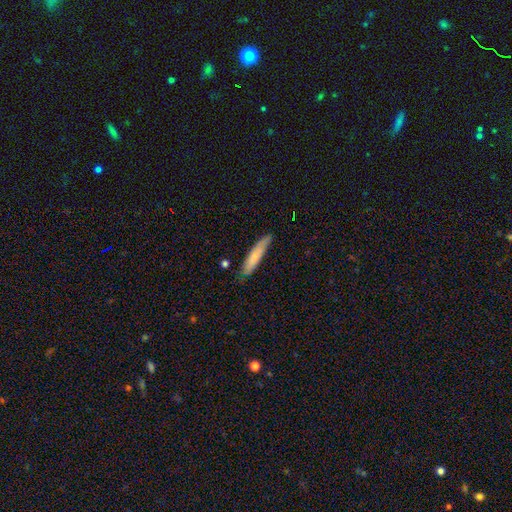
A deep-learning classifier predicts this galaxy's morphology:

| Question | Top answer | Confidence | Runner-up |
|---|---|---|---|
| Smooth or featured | smooth | 74% | featured or disk (21%) |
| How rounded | cigar-shaped | 88% | in between (10%) |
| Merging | none | 80% | minor disturbance (16%) |